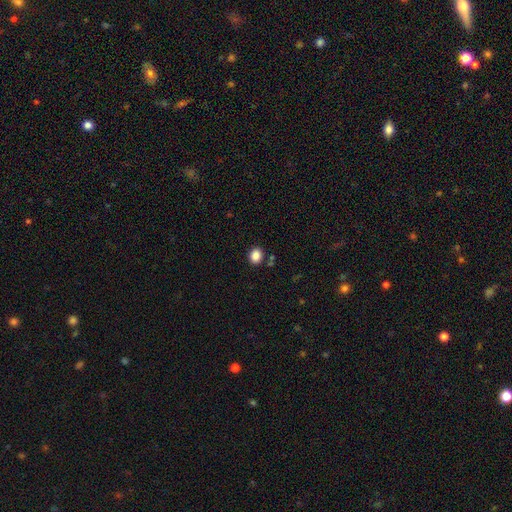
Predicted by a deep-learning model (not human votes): This is clearly a smooth galaxy (87%). How rounded: likely round (61%). Merging: clearly none (84%).